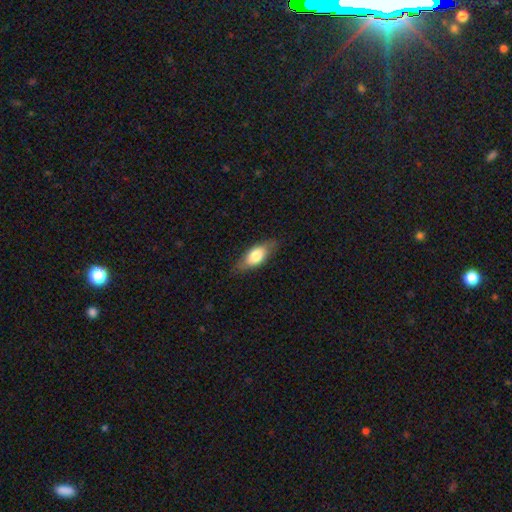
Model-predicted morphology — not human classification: The model was most divided on "smooth or featured": smooth: 71%, featured or disk: 23%, star or artifact: 7%. More confident: how rounded — in between (82%); merging — none (77%).